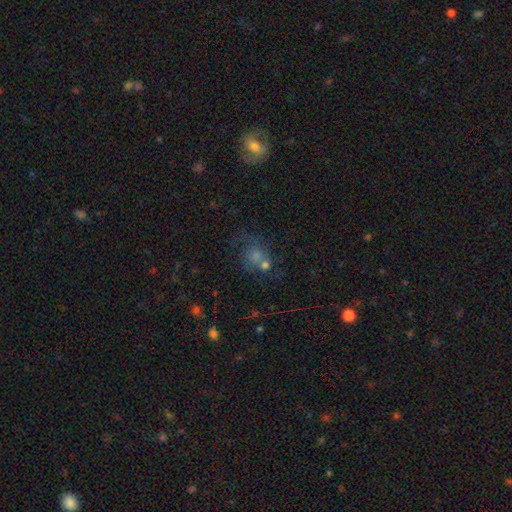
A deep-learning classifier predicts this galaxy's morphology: Smooth or featured: smooth — 46% (star or artifact — 29%)
Merging: none — 43% (merger — 27%)